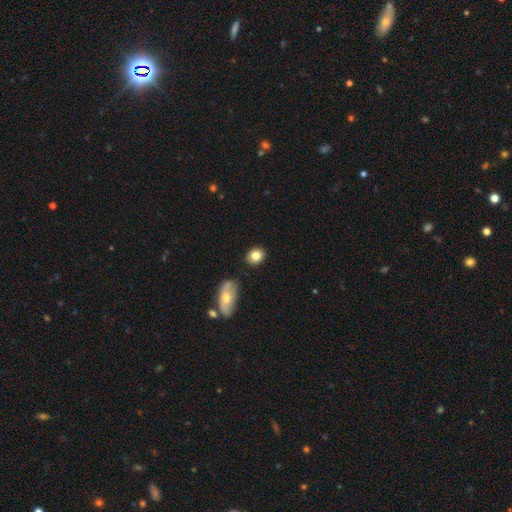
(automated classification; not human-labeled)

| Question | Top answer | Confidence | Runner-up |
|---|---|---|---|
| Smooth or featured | smooth | 82% | featured or disk (9%) |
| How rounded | in between | 54% | round (45%) |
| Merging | none | 85% | minor disturbance (10%) |